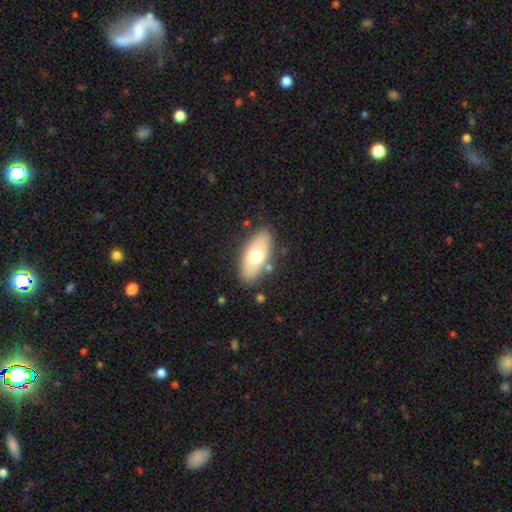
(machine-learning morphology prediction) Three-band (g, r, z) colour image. It shows a smooth galaxy with no disk features (63%) that is in between round and cigar-shaped (87%). Merging: none (83%).